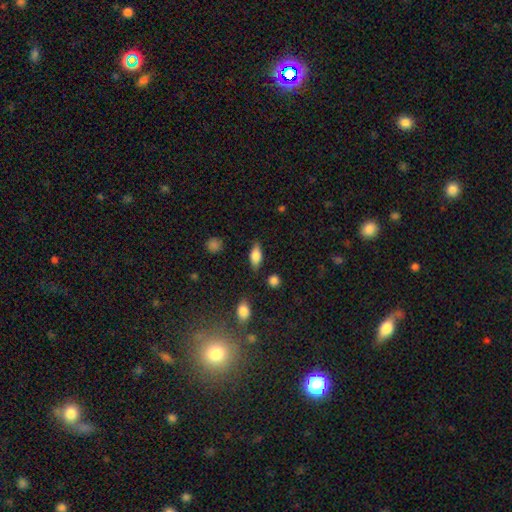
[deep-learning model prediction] This appears to be a smooth galaxy with no disk features (71%) that is in between round and cigar-shaped (80%). Merging: none (80%).